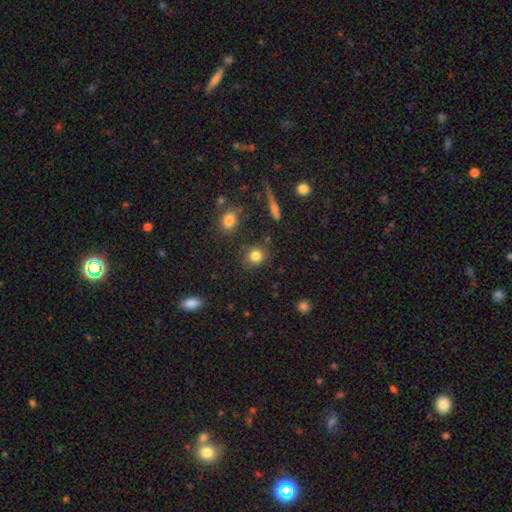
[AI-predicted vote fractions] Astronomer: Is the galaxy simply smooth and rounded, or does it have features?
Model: smooth — 82%.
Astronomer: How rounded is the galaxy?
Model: round — 83%.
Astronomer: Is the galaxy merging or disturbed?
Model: none — 83%.